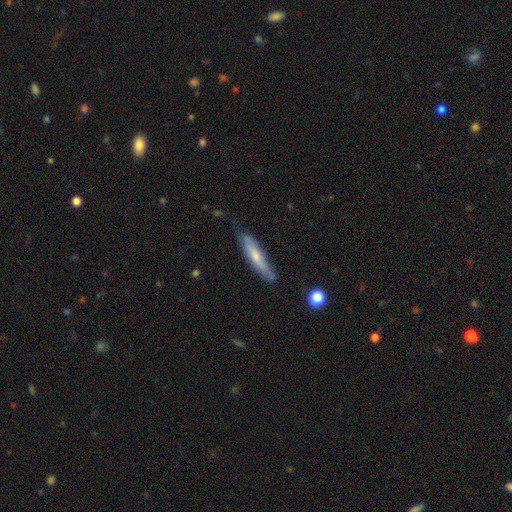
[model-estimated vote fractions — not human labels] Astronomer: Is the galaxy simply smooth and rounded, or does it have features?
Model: smooth — 56% (runner-up: featured or disk, 38%).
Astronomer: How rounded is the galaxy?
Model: cigar-shaped — 85%.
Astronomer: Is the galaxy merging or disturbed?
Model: none — 68%.